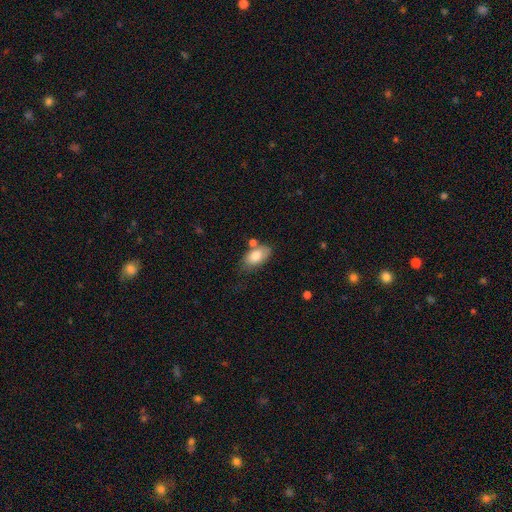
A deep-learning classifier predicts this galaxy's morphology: A smooth galaxy with no disk features (80%) that is in between round and cigar-shaped (92%).

Vote fractions:
- Smooth or featured? smooth: 80% / featured or disk: 13% / star or artifact: 7%
- How rounded? in between: 92% / round: 5% / cigar-shaped: 3%
- Merging? none: 58% / minor disturbance: 22% / merger: 13% / major disturbance: 7%